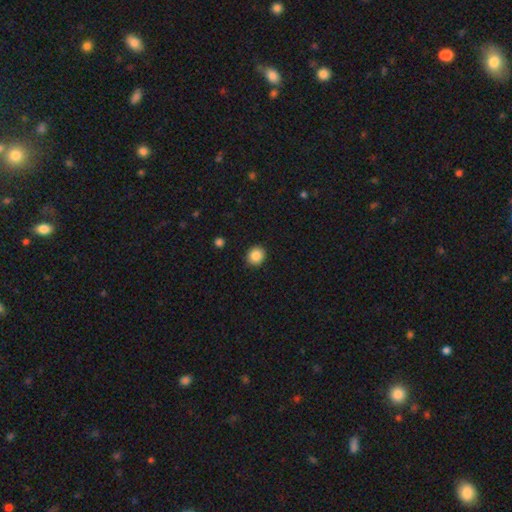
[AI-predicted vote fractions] This is clearly a smooth galaxy (86%). How rounded: clearly round (81%). Merging: clearly none (90%).